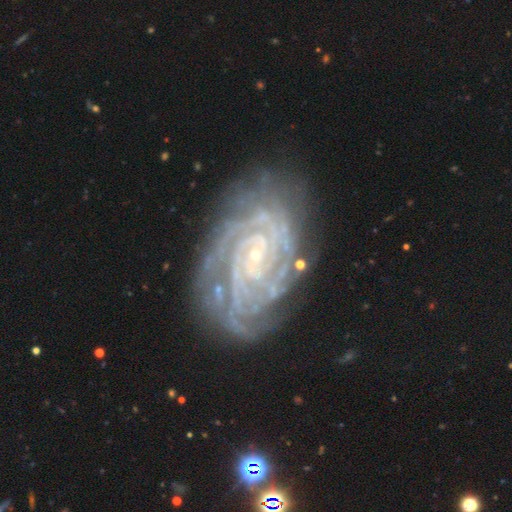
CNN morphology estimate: Overall: featured or disk (90%). Edge-on disk: no (97%). Bar: no (65%; weak 25%). Spiral arms: yes (98%). Spiral arm count: can't tell (22%; 4 21%). Spiral winding: tight (80%). Bulge size: small (85%). Merging: none (75%).